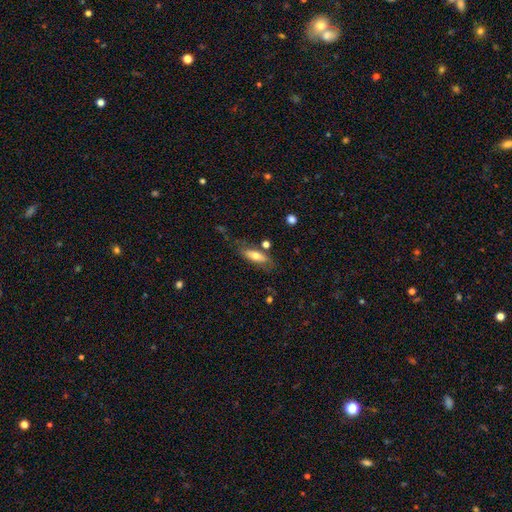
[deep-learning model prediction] Overall: smooth (62%; featured or disk 31%). How rounded: in between (61%; cigar-shaped 36%). Merging: none (66%).